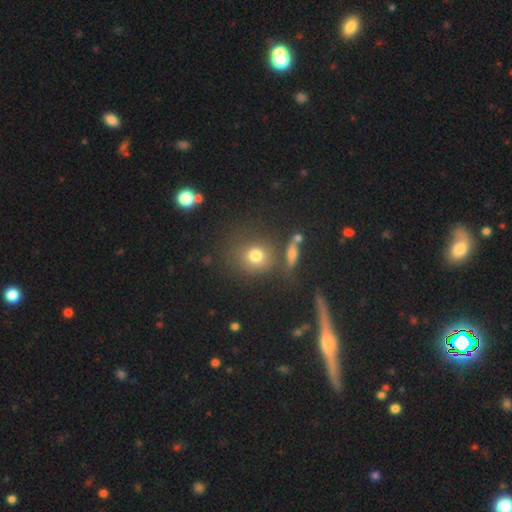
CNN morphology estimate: Smooth or featured? smooth (74%)
How rounded? round (79%)
Merging? none (69%)